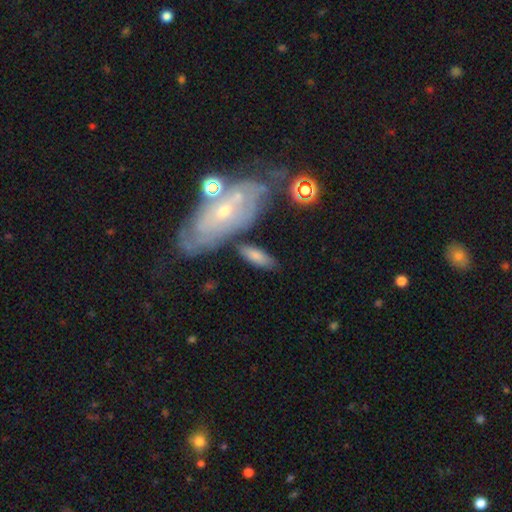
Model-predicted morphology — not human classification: smooth 72%, featured or disk 22%, star or artifact 6%. Down the decision tree: how rounded — in between (66%); merging — none (69%).